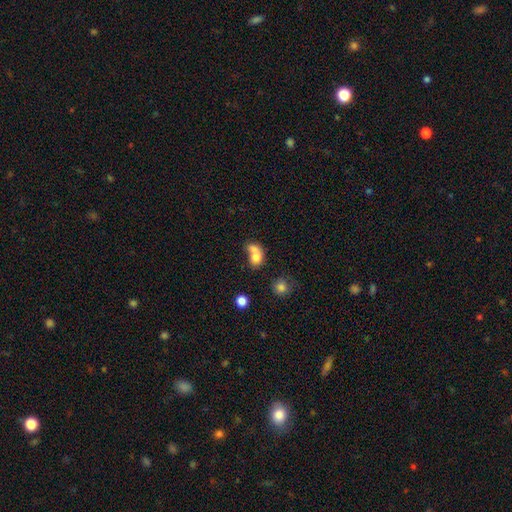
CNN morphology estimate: smooth-or-featured: smooth: 74% | featured or disk: 16% | star or artifact: 10%
  how-rounded: in between: 52% | round: 47% | cigar-shaped: 1%
  merging: merger: 66% | none: 20% | minor disturbance: 8% | major disturbance: 7%